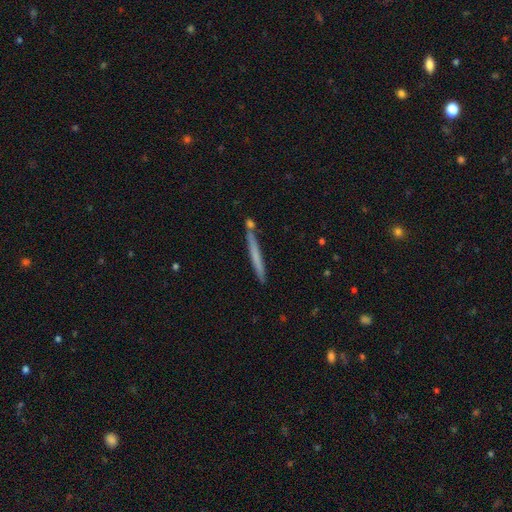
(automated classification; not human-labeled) Morphology: type=smooth (56%); roundness=cigar-shaped (97%); merging=none (83%).